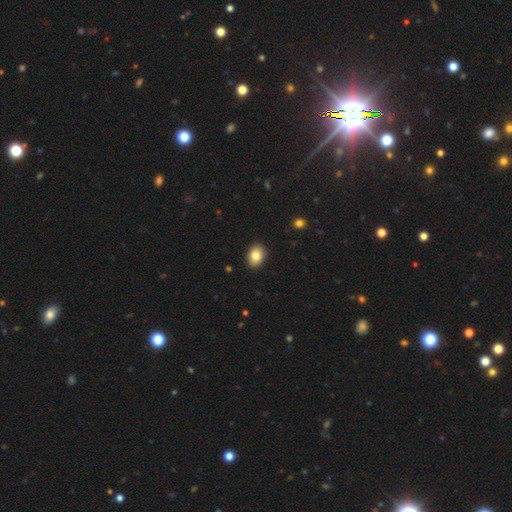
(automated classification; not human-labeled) A smooth galaxy with no disk features (84%) that is in between round and cigar-shaped (72%).

Vote fractions:
- Smooth or featured? smooth: 84% / star or artifact: 8% / featured or disk: 8%
- How rounded? in between: 72% / round: 27% / cigar-shaped: 1%
- Merging? none: 90% / minor disturbance: 8% / major disturbance: 2% / merger: 1%